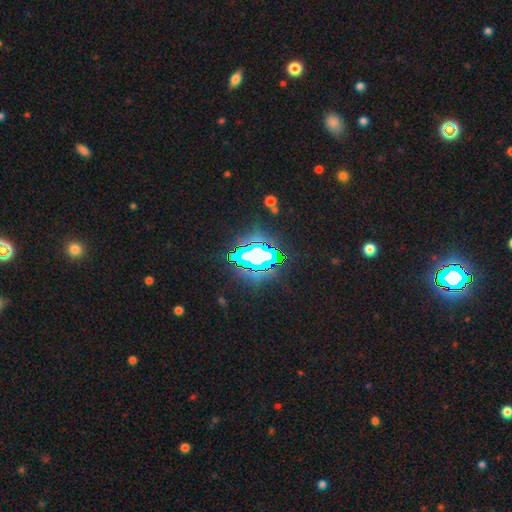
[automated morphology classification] smooth_or_featured: star or artifact (p=0.68) [alt: smooth p=0.17]